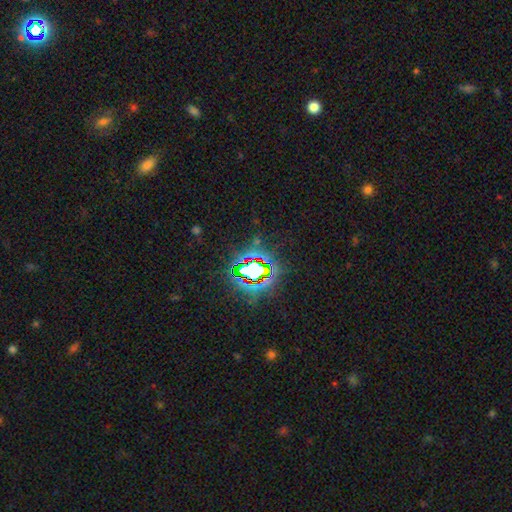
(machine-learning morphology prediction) This is clearly a star or artifact rather than a galaxy (82%).